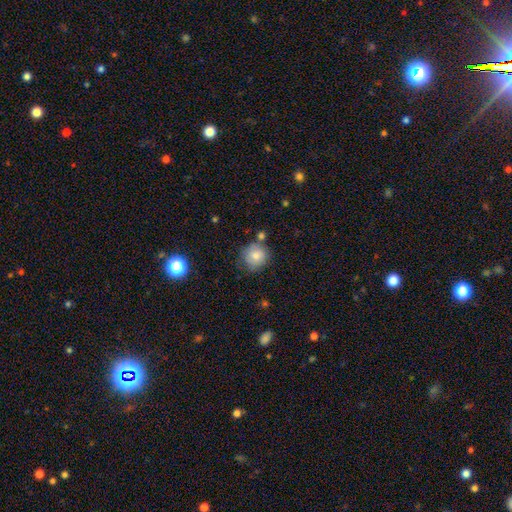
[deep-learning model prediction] smooth_or_featured: smooth (p=0.79) [alt: featured or disk p=0.11]
how_rounded: round (p=0.92) [alt: in between p=0.07]
merging: none (p=0.71) [alt: minor disturbance p=0.16]